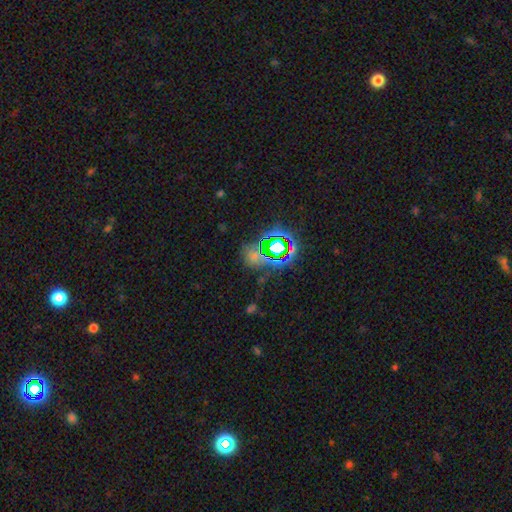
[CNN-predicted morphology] smooth_or_featured: star or artifact (p=0.62) [alt: smooth p=0.29]